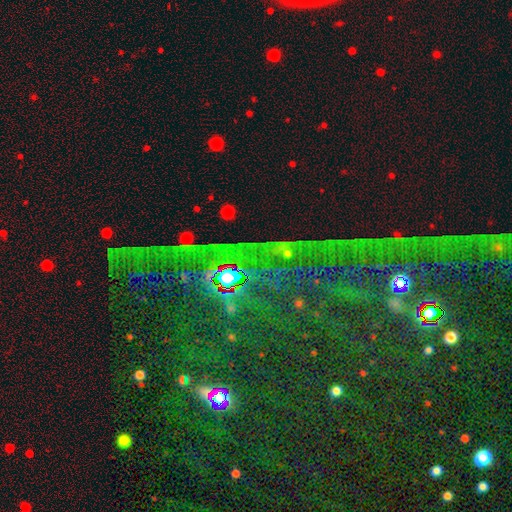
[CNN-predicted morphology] Smooth or featured? star or artifact (80%)